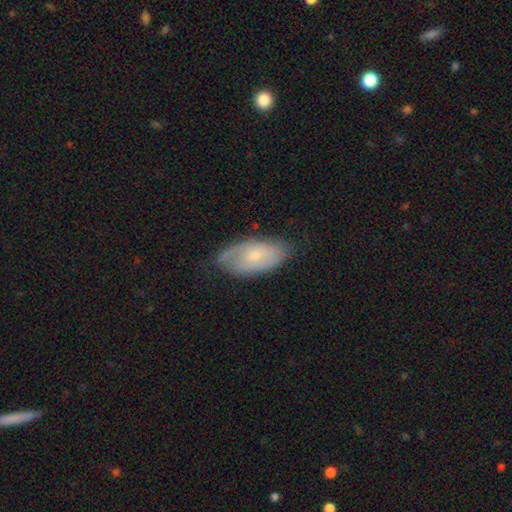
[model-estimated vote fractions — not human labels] smooth-or-featured: featured or disk: 48% | smooth: 45% | star or artifact: 7%
  merging: none: 64% | minor disturbance: 27% | major disturbance: 8% | merger: 1%